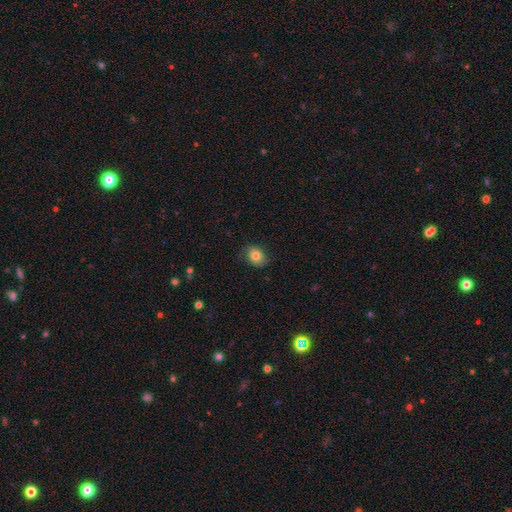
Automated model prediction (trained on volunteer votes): This is likely a smooth galaxy (77%). How rounded: likely in between (60%). Merging: likely none (75%).